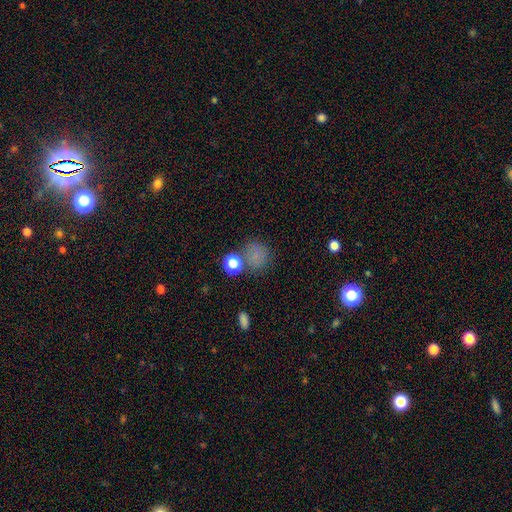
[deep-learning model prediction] smooth 70%, star or artifact 21%, featured or disk 8%. Down the decision tree: how rounded — round (81%); merging — none (67%).